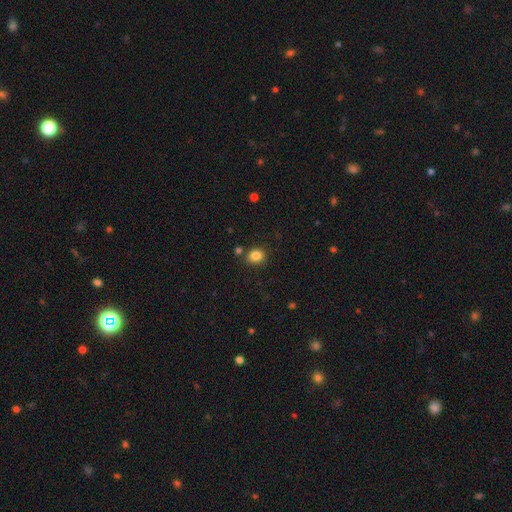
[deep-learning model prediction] A smooth galaxy with no disk features (84%) that is round (68%). Merging: none (79%).